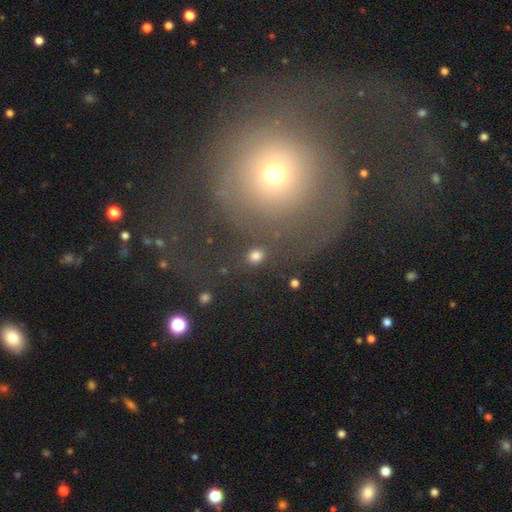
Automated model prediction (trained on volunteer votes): Smooth or featured: smooth — 80% (star or artifact — 15%)
How rounded: round — 67% (in between — 32%)
Merging: none — 86% (minor disturbance — 7%)